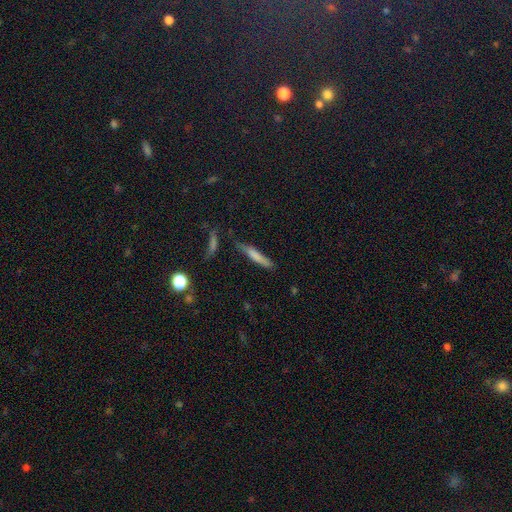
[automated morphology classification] This is likely a smooth galaxy (70%). How rounded: clearly cigar-shaped (92%). Merging: likely none (71%).